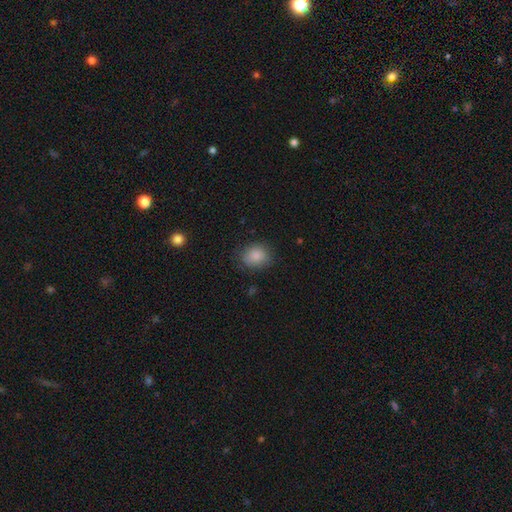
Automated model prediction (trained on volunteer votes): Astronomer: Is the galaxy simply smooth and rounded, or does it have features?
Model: smooth — 87%.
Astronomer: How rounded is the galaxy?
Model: round — 58% (runner-up: in between, 41%).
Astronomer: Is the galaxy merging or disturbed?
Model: none — 78%.